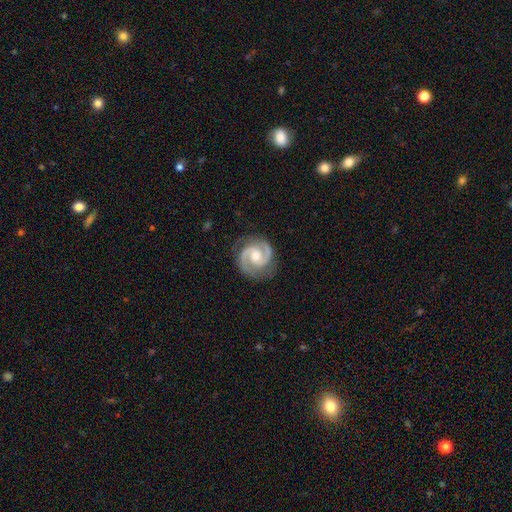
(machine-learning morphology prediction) A featured or disk galaxy (93%) with no bar (50%), 2 (94%) medium (52%) spiral arms (99%) and a moderate central bulge (61%).

Vote fractions:
- Smooth or featured? featured or disk: 93% / star or artifact: 4% / smooth: 3%
- Edge-on disk? no: 99% / yes: 1%
- Bar? no: 50% / weak: 40% / strong: 10%
- Spiral arms? yes: 99% / no: 1%
- Spiral winding? medium: 52% / tight: 41% / loose: 6%
- Spiral arm count? 2: 94% / can't tell: 1% / 3: 1% / 1: 1% / 4: 1% / more than 4: 1%
- Bulge size? moderate: 61% / small: 19% / large: 12% / none: 6% / dominant: 1%
- Merging? none: 84% / minor disturbance: 12% / major disturbance: 3% / merger: 1%